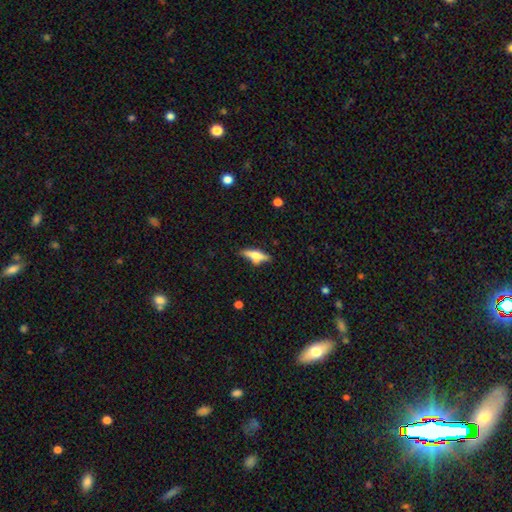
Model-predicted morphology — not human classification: smooth_or_featured: smooth (p=0.49) [alt: featured or disk p=0.43]
merging: none (p=0.68) [alt: minor disturbance p=0.20]